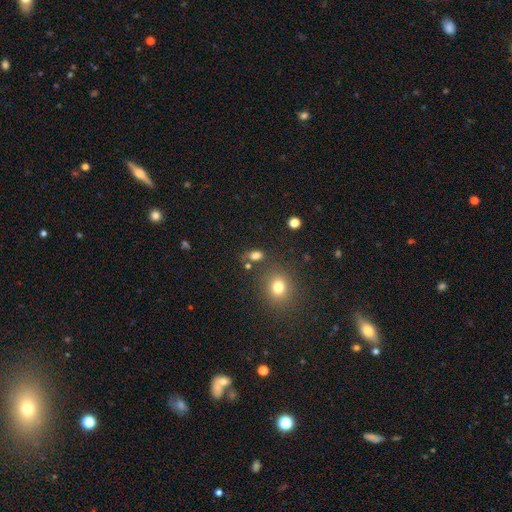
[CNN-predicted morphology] Smooth or featured? smooth (77%)
How rounded? in between (76%)
Merging? none (69%)